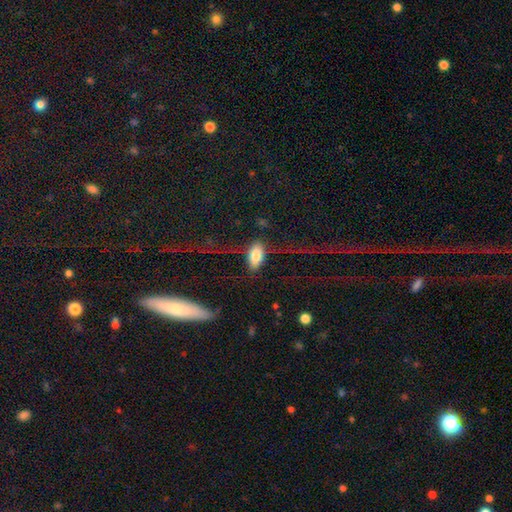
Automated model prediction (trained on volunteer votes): smooth_or_featured: smooth (p=0.77) [alt: featured or disk p=0.15]
how_rounded: in between (p=0.91) [alt: cigar-shaped p=0.05]
merging: none (p=0.69) [alt: minor disturbance p=0.17]